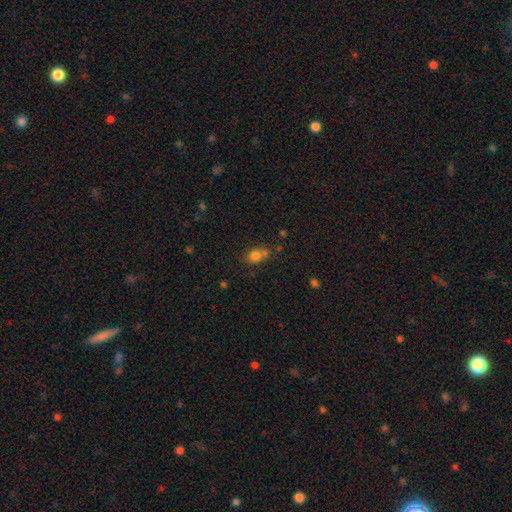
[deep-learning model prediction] This is likely a smooth galaxy (77%). How rounded: possibly round (57%). Merging: possibly none (50%).